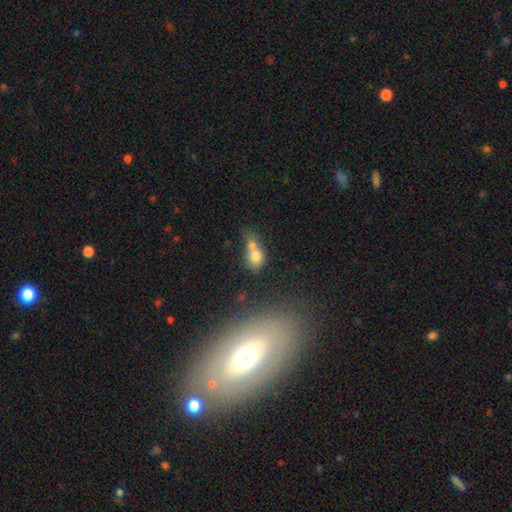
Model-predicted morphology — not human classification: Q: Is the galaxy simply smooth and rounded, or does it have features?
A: smooth — 73%.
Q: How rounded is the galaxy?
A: round — 50%.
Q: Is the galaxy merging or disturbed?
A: merger — 59%.